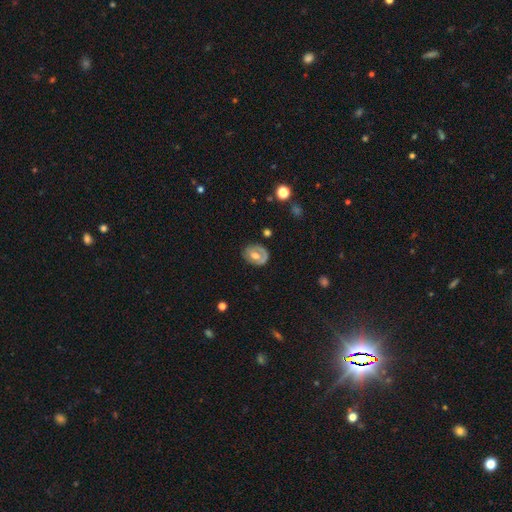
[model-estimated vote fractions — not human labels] featured or disk 51%, smooth 42%, star or artifact 7%. Down the decision tree: edge-on disk — no (95%); merging — none (67%).